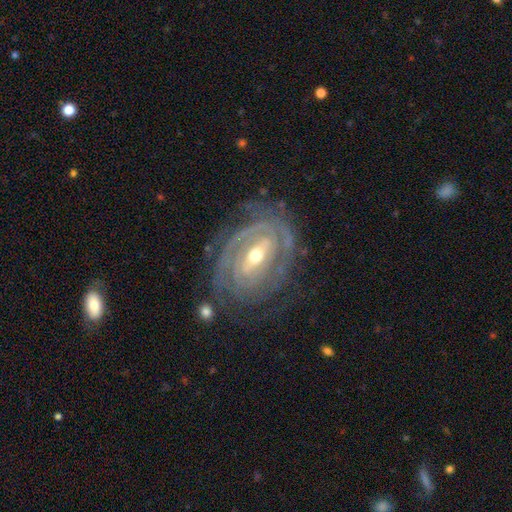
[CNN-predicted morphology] smooth_or_featured: featured or disk (p=0.88) [alt: smooth p=0.07]
disk_edge_on: no (p=0.95) [alt: yes p=0.05]
bar: strong (p=0.43) [alt: weak p=0.38]
has_spiral_arms: yes (p=0.92) [alt: no p=0.08]
spiral_winding: tight (p=0.78) [alt: medium p=0.17]
spiral_arm_count: can't tell (p=0.33) [alt: 2 p=0.32]
bulge_size: moderate (p=0.53) [alt: small p=0.43]
merging: none (p=0.72) [alt: minor disturbance p=0.17]